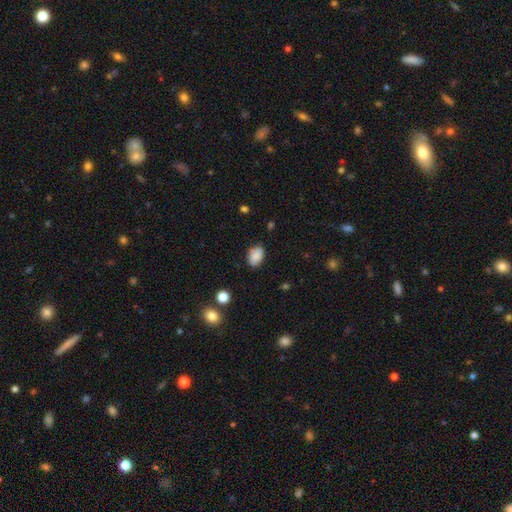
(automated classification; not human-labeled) This appears to be a smooth galaxy with no disk features (83%) that is in between round and cigar-shaped (83%). Merging: none (74%).